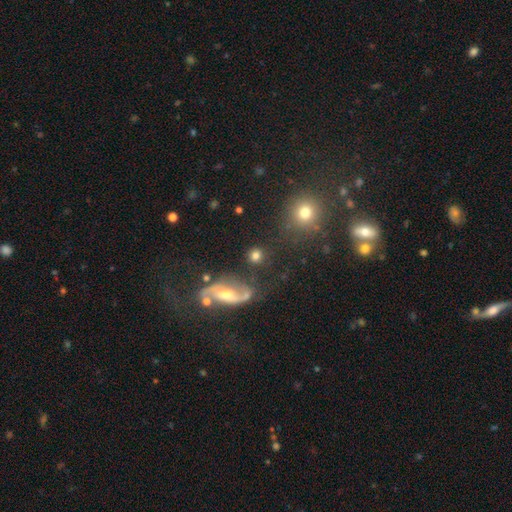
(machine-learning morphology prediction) Smooth or featured? Predicted: smooth (p=0.75). How rounded? Predicted: round (p=0.88). Merging? Predicted: none (p=0.76).